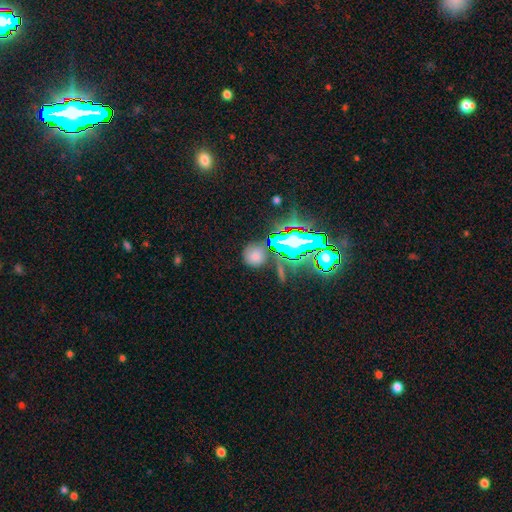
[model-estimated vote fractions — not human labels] smooth-or-featured: smooth: 61% | star or artifact: 28% | featured or disk: 11%
  how-rounded: round: 85% | in between: 13% | cigar-shaped: 2%
  merging: none: 77% | minor disturbance: 13% | merger: 5% | major disturbance: 5%